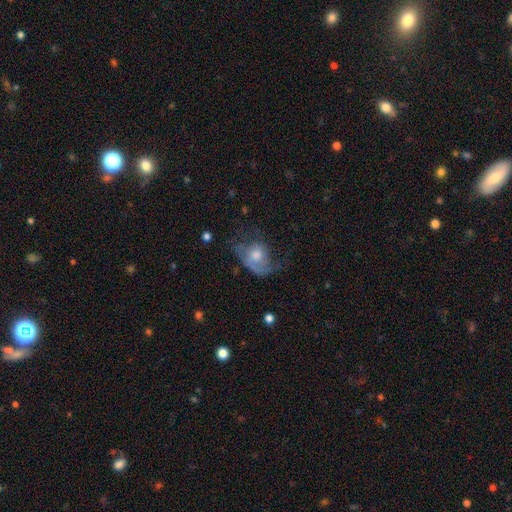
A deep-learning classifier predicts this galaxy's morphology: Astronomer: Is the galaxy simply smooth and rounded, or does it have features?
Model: featured or disk — 48% (runner-up: smooth, 43%).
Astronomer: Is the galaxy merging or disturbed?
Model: major disturbance — 44% (runner-up: none, 29%).